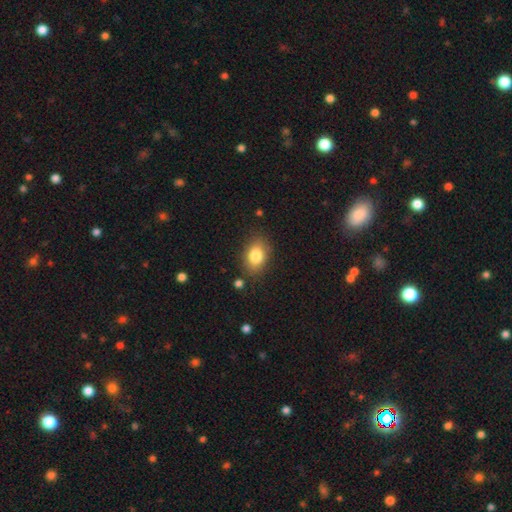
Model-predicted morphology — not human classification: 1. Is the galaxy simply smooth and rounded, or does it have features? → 81% smooth, 10% featured or disk, 9% star or artifact.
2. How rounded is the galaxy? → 78% in between, 21% round, 2% cigar-shaped.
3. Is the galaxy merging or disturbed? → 82% none, 13% minor disturbance, 3% major disturbance, 3% merger.